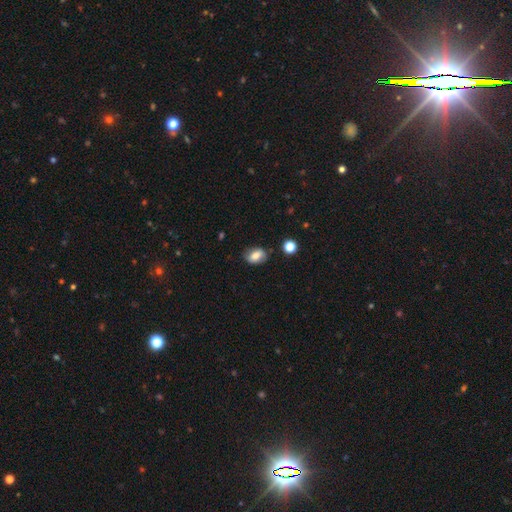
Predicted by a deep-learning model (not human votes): A smooth galaxy with no disk features (71%) that is in between round and cigar-shaped (78%). Merging: none (77%).